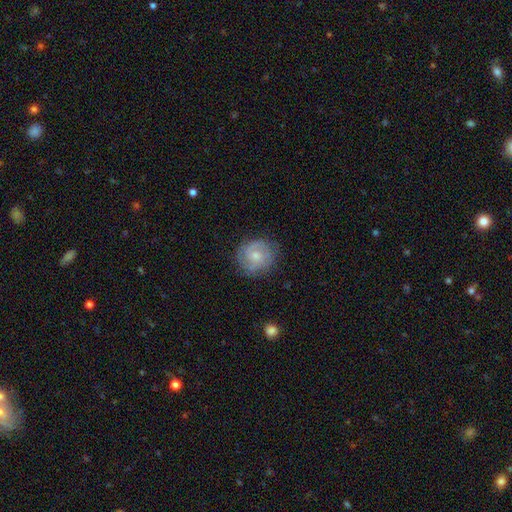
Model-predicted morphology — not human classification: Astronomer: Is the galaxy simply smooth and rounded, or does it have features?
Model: featured or disk — 60%.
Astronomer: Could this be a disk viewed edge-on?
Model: no — 98%.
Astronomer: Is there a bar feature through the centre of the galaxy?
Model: no — 72%.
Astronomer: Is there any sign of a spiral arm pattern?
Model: yes — 85%.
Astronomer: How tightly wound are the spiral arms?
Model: tight — 63%.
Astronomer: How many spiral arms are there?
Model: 2 — 45% (runner-up: can't tell, 30%).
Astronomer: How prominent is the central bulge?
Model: small — 50% (runner-up: moderate, 42%).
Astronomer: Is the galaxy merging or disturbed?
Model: none — 78%.